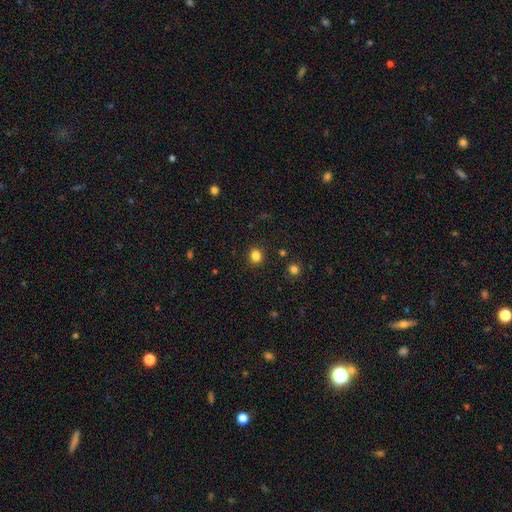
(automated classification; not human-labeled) smooth 83%, star or artifact 13%, featured or disk 4%. Down the decision tree: how rounded — round (72%); merging — none (89%).